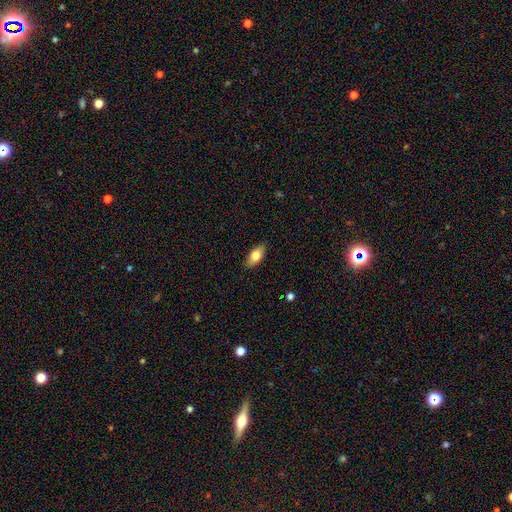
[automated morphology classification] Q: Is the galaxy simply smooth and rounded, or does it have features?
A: smooth — 76%.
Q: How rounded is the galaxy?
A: in between — 88%.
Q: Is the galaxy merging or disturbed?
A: none — 87%.